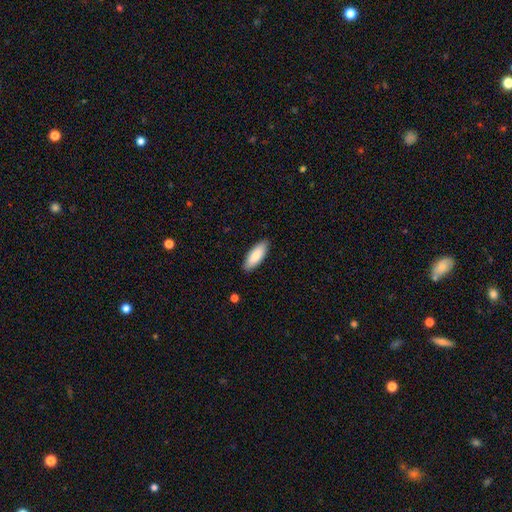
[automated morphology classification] Smooth or featured? Predicted: smooth (p=0.84). How rounded? Predicted: in between (p=0.67). Merging? Predicted: none (p=0.88).